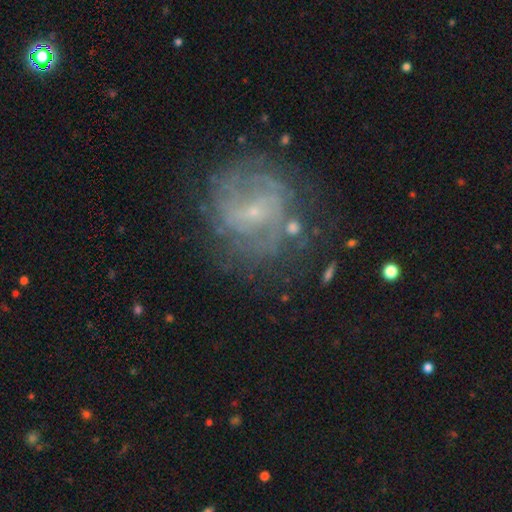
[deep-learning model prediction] A featured or disk galaxy (64%) with a weak bar (47%), spiral arms (68%) and a small central bulge (77%).

Vote fractions:
- Smooth or featured? featured or disk: 64% / smooth: 21% / star or artifact: 15%
- Edge-on disk? no: 97% / yes: 3%
- Bar? weak: 47% / no: 40% / strong: 13%
- Spiral arms? yes: 68% / no: 32%
- Bulge size? small: 77% / moderate: 12% / none: 9% / large: 1% / dominant: 1%
- Merging? none: 70% / minor disturbance: 16% / major disturbance: 11% / merger: 3%